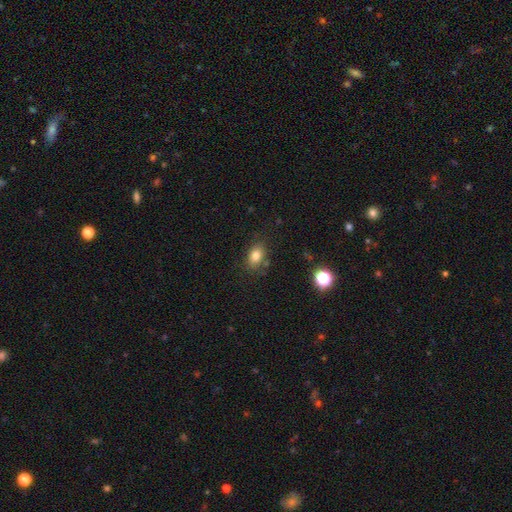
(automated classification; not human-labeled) Overall: smooth (81%). How rounded: in between (78%). Merging: none (77%).